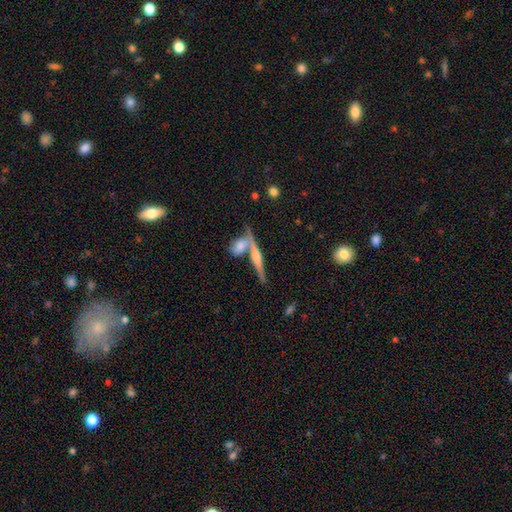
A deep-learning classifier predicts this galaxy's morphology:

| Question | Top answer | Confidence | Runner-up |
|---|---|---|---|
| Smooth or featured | featured or disk | 63% | smooth (27%) |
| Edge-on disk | yes | 91% | no (9%) |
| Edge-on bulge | rounded | 75% | none (13%) |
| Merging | none | 52% | merger (34%) |